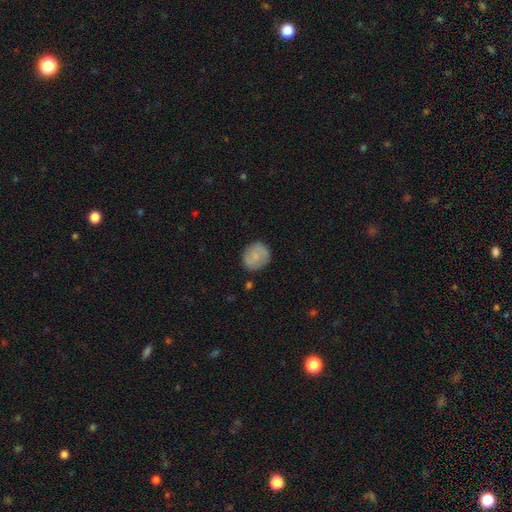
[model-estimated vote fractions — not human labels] smooth 70%, featured or disk 23%, star or artifact 7%. Down the decision tree: how rounded — round (80%); merging — none (84%).